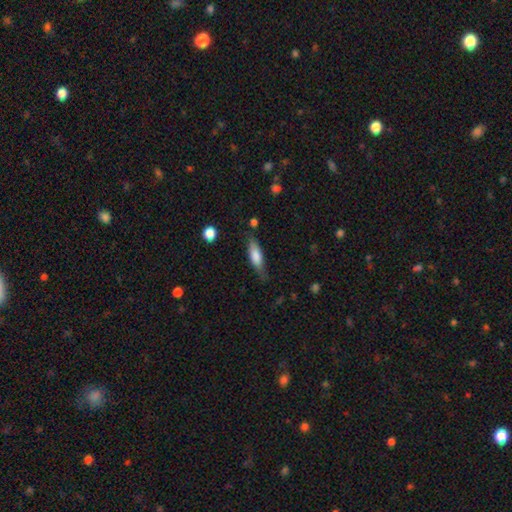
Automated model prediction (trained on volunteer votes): This is likely a smooth galaxy (71%). How rounded: possibly cigar-shaped (53%). Merging: likely none (68%).